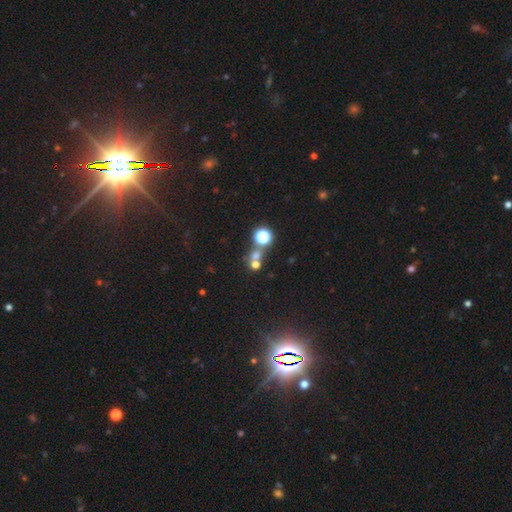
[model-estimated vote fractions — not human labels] Smooth or featured?
  - smooth: 54% *
  - star or artifact: 33%
  - featured or disk: 12%
How rounded?
  - round: 85% *
  - in between: 13%
  - cigar-shaped: 1%
Merging?
  - none: 51% *
  - merger: 38%
  - minor disturbance: 7%
  - major disturbance: 4%